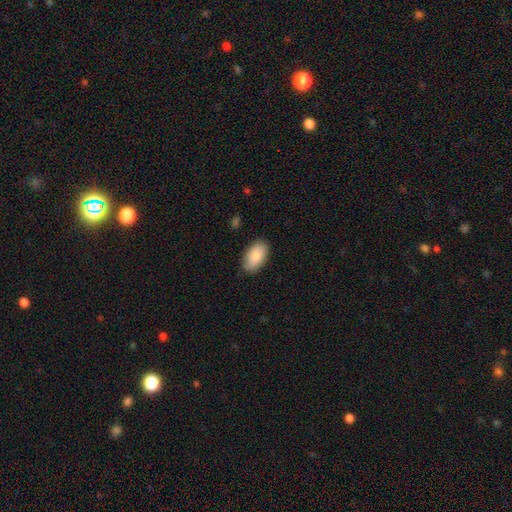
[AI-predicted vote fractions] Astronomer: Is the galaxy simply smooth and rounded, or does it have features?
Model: smooth — 87%.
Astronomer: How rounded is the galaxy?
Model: in between — 95%.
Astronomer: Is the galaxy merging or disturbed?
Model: none — 82%.